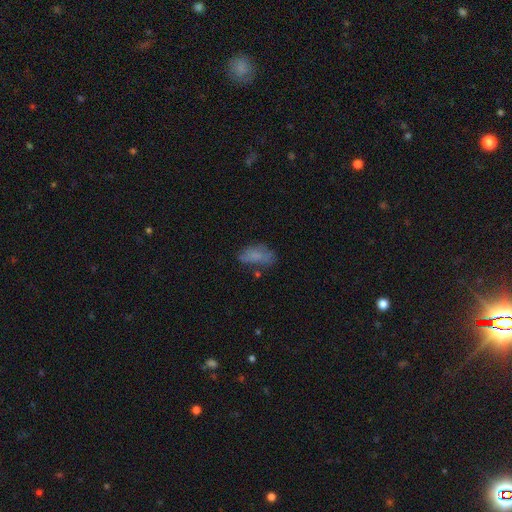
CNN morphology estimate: A smooth galaxy with no disk features (70%) that is in between round and cigar-shaped (87%). Merging: none (48%).